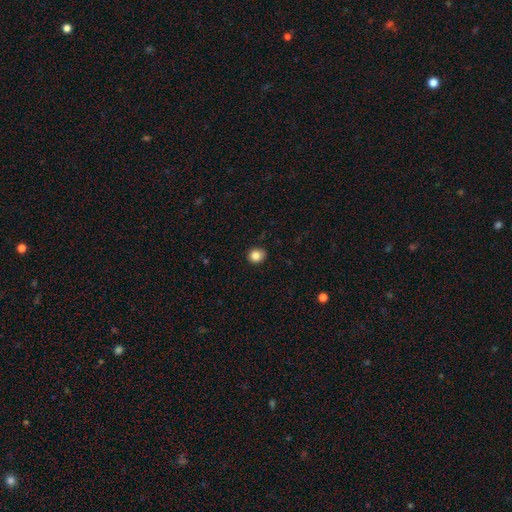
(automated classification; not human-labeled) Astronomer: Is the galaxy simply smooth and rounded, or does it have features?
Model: smooth — 85%.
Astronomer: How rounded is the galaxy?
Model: round — 79%.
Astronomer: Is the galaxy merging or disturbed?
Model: none — 84%.